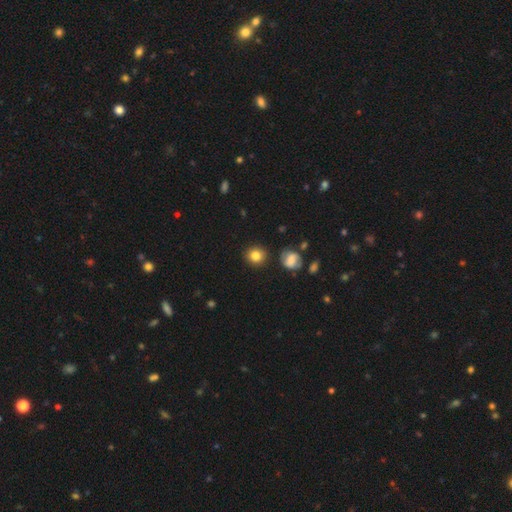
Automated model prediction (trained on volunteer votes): Smooth or featured? Predicted: smooth (p=0.82). How rounded? Predicted: round (p=0.88). Merging? Predicted: none (p=0.86).